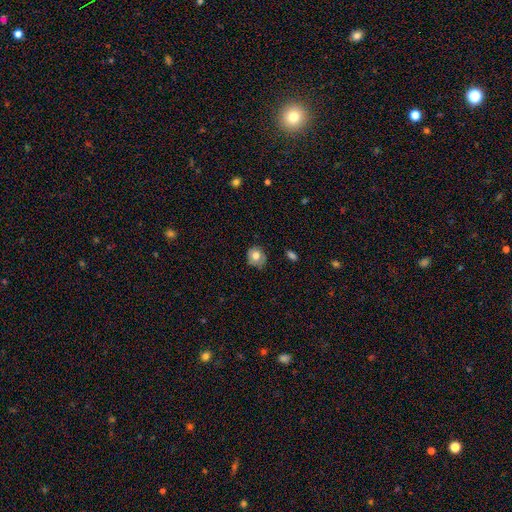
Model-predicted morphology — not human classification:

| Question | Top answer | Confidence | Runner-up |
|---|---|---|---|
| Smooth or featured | smooth | 71% | featured or disk (19%) |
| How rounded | round | 80% | in between (19%) |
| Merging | none | 76% | minor disturbance (19%) |